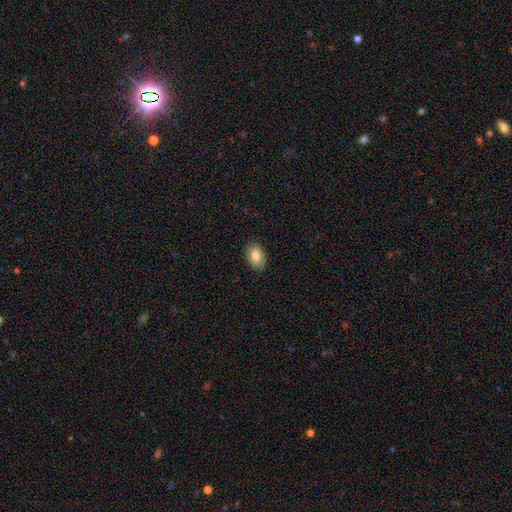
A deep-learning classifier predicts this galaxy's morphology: type=smooth (80%); roundness=in between (85%); merging=none (87%).